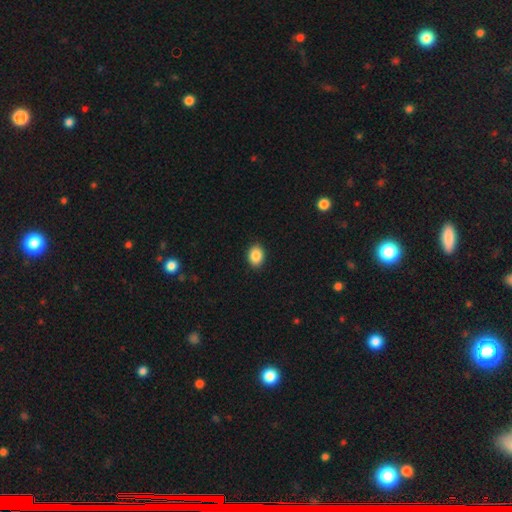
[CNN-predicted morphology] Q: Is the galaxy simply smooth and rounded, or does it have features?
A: smooth — 88%.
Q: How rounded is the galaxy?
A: in between — 59%.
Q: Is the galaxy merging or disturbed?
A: none — 91%.